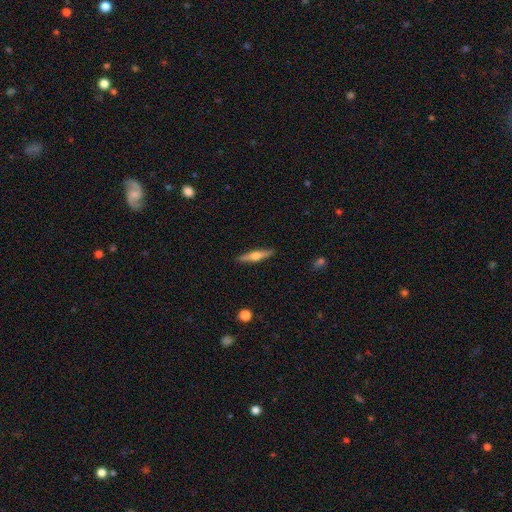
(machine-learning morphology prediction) Smooth or featured: featured or disk — 58% (smooth — 36%)
Edge-on disk: yes — 96% (no — 4%)
Edge-on bulge: rounded — 91% (boxy — 5%)
Merging: none — 90% (minor disturbance — 7%)